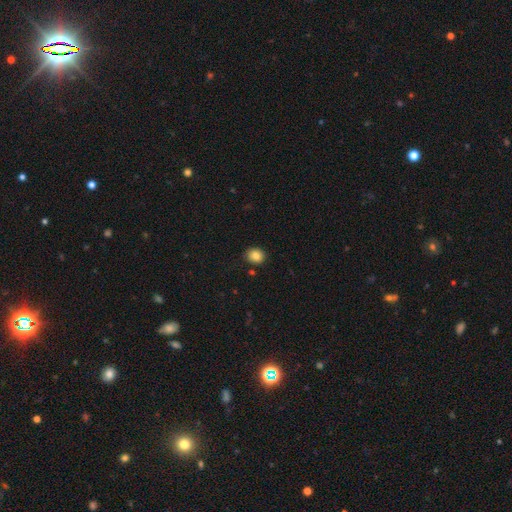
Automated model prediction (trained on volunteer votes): Smooth or featured: smooth — 84% (star or artifact — 10%)
How rounded: round — 70% (in between — 29%)
Merging: none — 86% (minor disturbance — 10%)